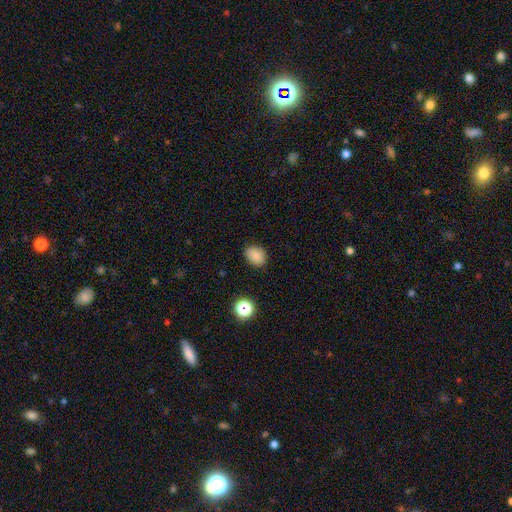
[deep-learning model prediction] smooth_or_featured: smooth (p=0.83) [alt: star or artifact p=0.11]
how_rounded: in between (p=0.65) [alt: round p=0.34]
merging: none (p=0.85) [alt: minor disturbance p=0.11]